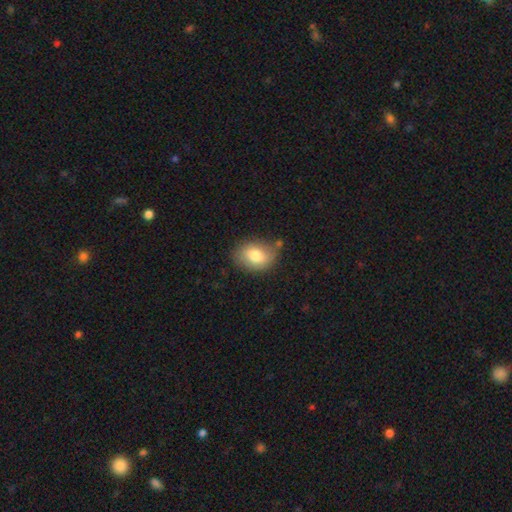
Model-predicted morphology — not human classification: smooth-or-featured: smooth: 79% | featured or disk: 13% | star or artifact: 8%
  how-rounded: in between: 73% | round: 26% | cigar-shaped: 1%
  merging: none: 75% | minor disturbance: 17% | major disturbance: 4% | merger: 4%